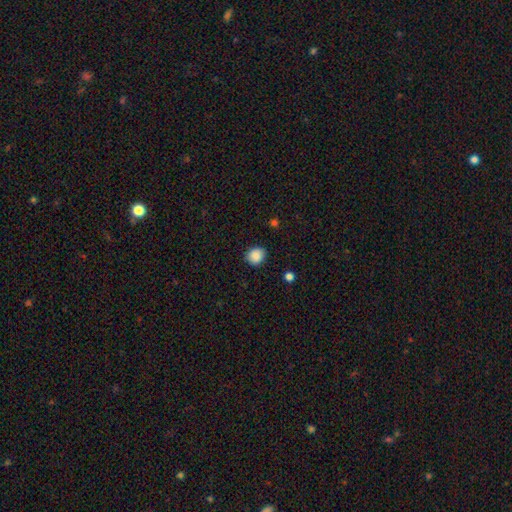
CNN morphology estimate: Overall: smooth (88%). How rounded: round (79%). Merging: none (88%).